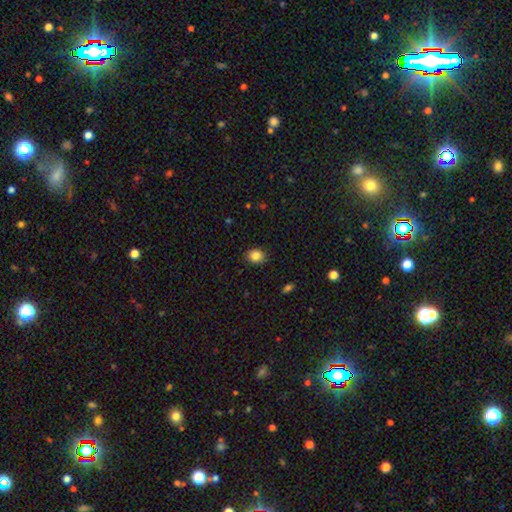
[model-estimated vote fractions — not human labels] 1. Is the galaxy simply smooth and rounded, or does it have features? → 85% smooth, 10% star or artifact, 6% featured or disk.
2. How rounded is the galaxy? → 56% round, 43% in between, 1% cigar-shaped.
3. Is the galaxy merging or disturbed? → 88% none, 9% minor disturbance, 2% major disturbance, 1% merger.